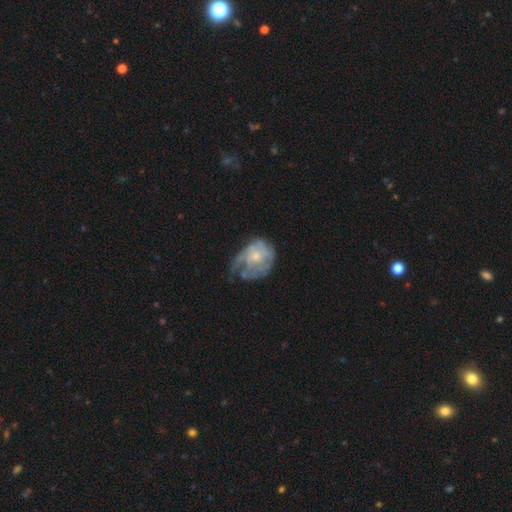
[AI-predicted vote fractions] A featured or disk galaxy (65%) with no bar (81%), spiral arms (56%) and a small central bulge (46%). Merging: none (34%).